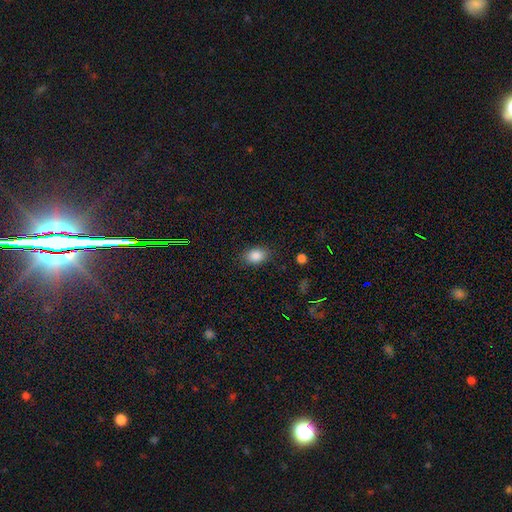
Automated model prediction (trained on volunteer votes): Smooth or featured?
  - smooth: 86% *
  - star or artifact: 9%
  - featured or disk: 5%
How rounded?
  - in between: 79% *
  - round: 20%
  - cigar-shaped: 1%
Merging?
  - none: 84% *
  - minor disturbance: 12%
  - major disturbance: 3%
  - merger: 1%